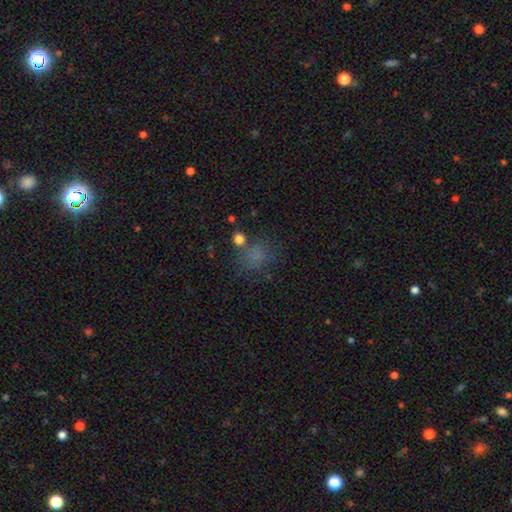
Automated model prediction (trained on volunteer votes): smooth-or-featured: smooth: 66% | star or artifact: 23% | featured or disk: 10%
  how-rounded: round: 70% | in between: 29% | cigar-shaped: 1%
  merging: none: 66% | minor disturbance: 17% | major disturbance: 10% | merger: 7%